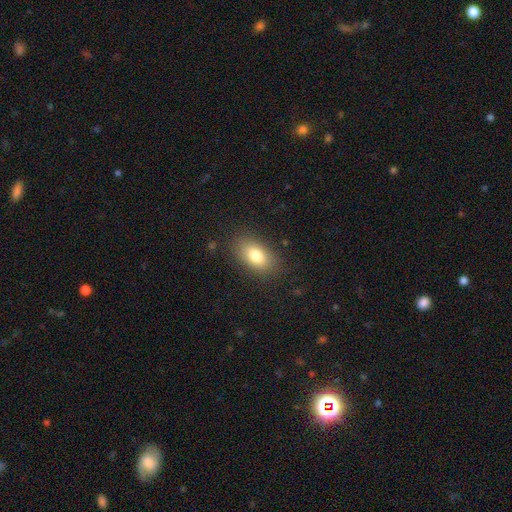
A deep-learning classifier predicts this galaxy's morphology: smooth 80%, featured or disk 11%, star or artifact 9%. Down the decision tree: how rounded — in between (89%); merging — none (84%).